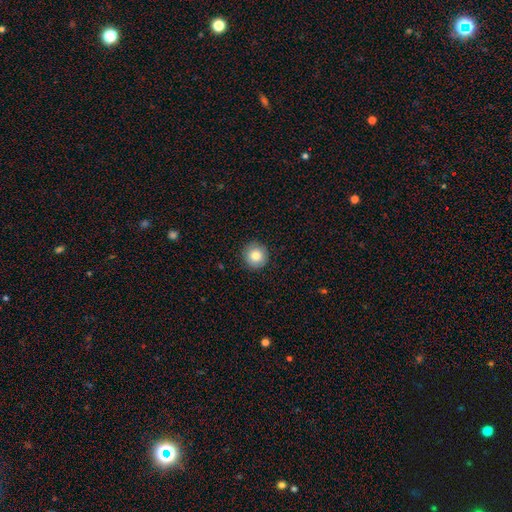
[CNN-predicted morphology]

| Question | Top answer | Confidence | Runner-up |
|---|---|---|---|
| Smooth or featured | smooth | 80% | featured or disk (11%) |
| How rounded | round | 95% | in between (4%) |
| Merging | none | 90% | minor disturbance (7%) |